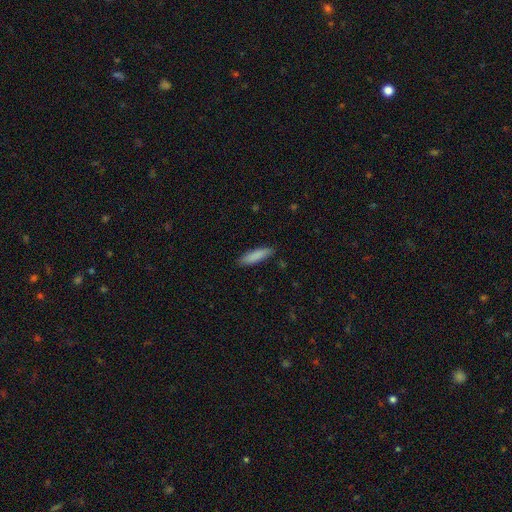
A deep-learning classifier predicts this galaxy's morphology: Smooth or featured? smooth (86%)
How rounded? cigar-shaped (67%)
Merging? none (85%)